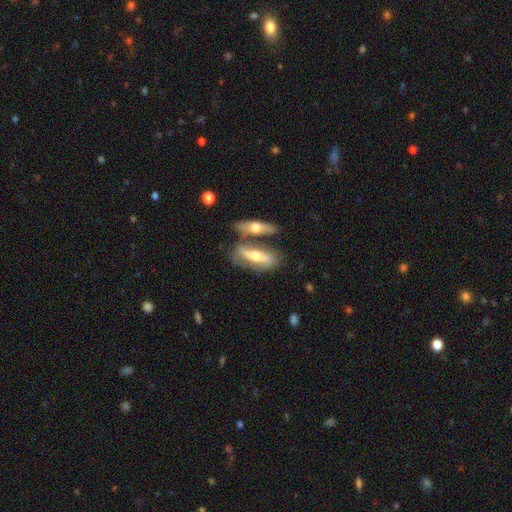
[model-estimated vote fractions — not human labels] featured or disk 59%, smooth 35%, star or artifact 6%. Down the decision tree: edge-on disk — no (50%, tied with yes); merging — none (47%).